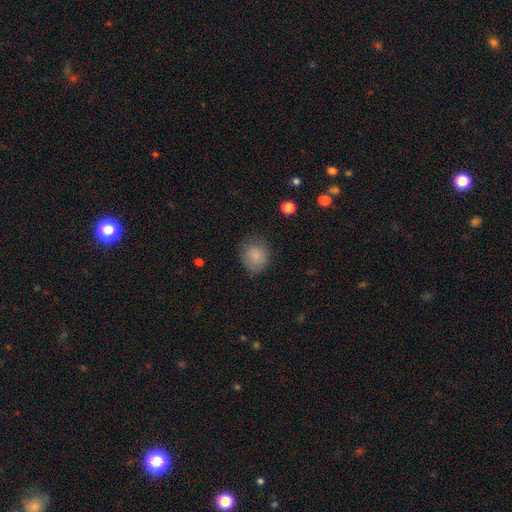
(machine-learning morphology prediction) A smooth galaxy with no disk features (85%) that is round (69%).

Vote fractions:
- Smooth or featured? smooth: 85% / star or artifact: 9% / featured or disk: 7%
- How rounded? round: 69% / in between: 30% / cigar-shaped: 1%
- Merging? none: 73% / minor disturbance: 20% / major disturbance: 6% / merger: 1%